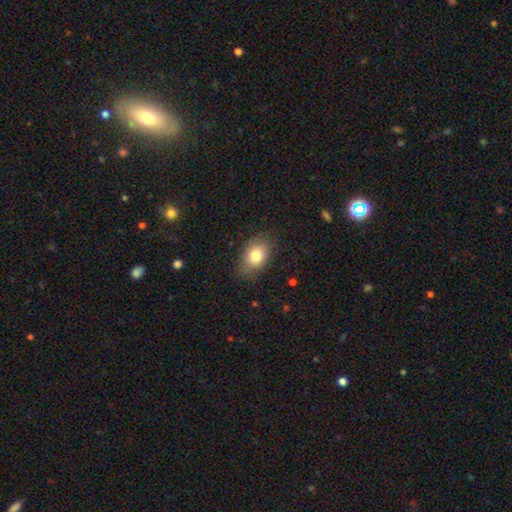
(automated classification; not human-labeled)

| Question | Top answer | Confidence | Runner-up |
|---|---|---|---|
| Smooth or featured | smooth | 80% | featured or disk (12%) |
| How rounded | in between | 83% | round (16%) |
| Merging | none | 80% | minor disturbance (15%) |